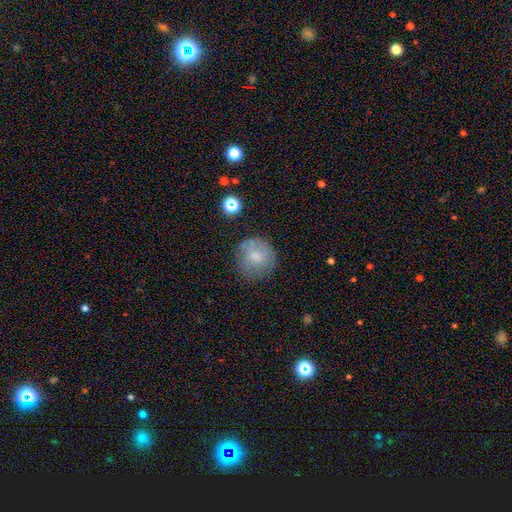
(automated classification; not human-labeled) Smooth or featured: smooth — 70% (featured or disk — 20%)
How rounded: round — 91% (in between — 8%)
Merging: none — 72% (minor disturbance — 19%)